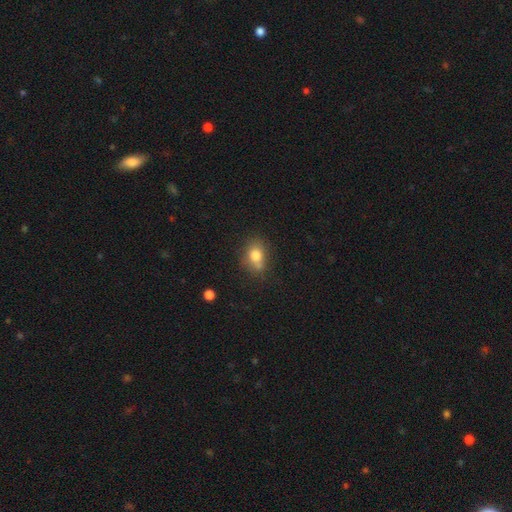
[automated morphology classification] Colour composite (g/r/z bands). It shows a smooth galaxy with no disk features (78%) that is in between round and cigar-shaped (53%). Merging: none (57%).